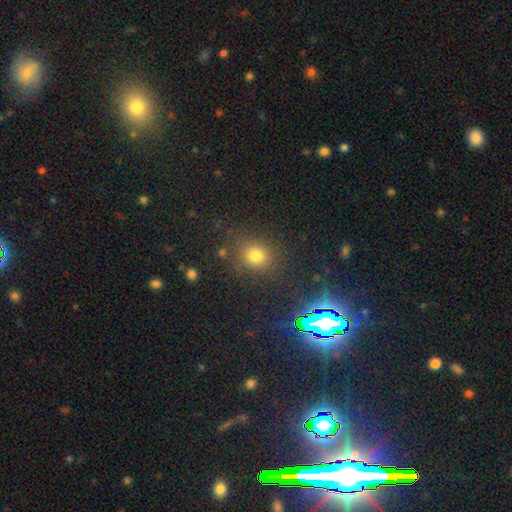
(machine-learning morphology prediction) Smooth or featured?
  - smooth: 73% *
  - star or artifact: 20%
  - featured or disk: 7%
How rounded?
  - round: 79% *
  - in between: 20%
  - cigar-shaped: 1%
Merging?
  - none: 81% *
  - minor disturbance: 10%
  - major disturbance: 5%
  - merger: 4%